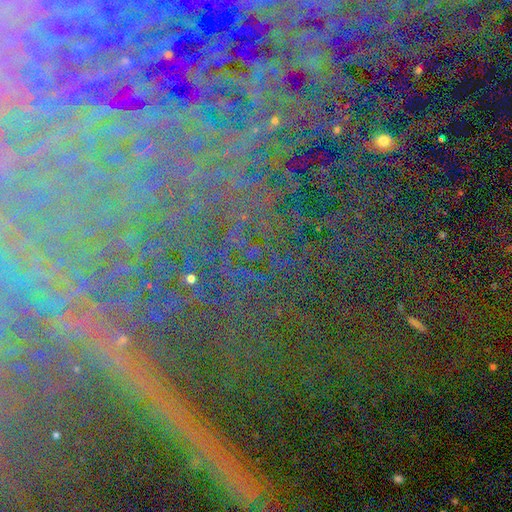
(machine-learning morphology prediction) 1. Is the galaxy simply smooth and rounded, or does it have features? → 84% star or artifact, 9% featured or disk, 7% smooth.